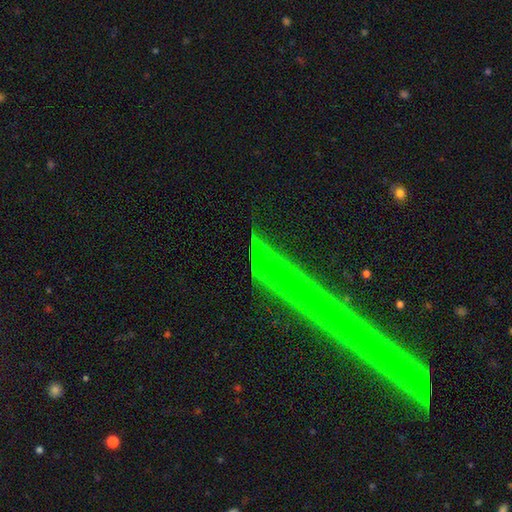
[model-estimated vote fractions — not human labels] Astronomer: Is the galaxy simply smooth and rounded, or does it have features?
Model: star or artifact — 48% (runner-up: featured or disk, 29%).